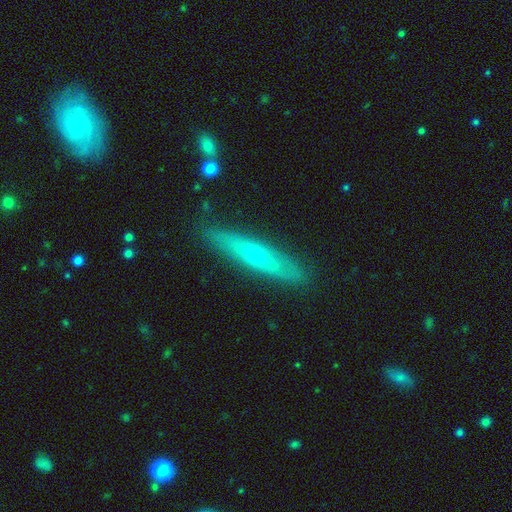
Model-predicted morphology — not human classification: The model was most divided on "smooth or featured": featured or disk: 61%, smooth: 32%, star or artifact: 7%. More confident: merging — none (85%); edge-on disk — yes (82%); edge-on bulge — rounded (77%).